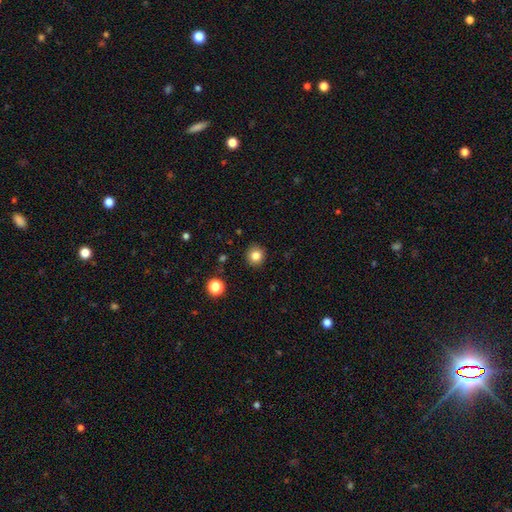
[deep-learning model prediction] smooth-or-featured: smooth: 82% | star or artifact: 11% | featured or disk: 6%
  how-rounded: round: 91% | in between: 8% | cigar-shaped: 1%
  merging: none: 90% | minor disturbance: 6% | major disturbance: 2% | merger: 1%